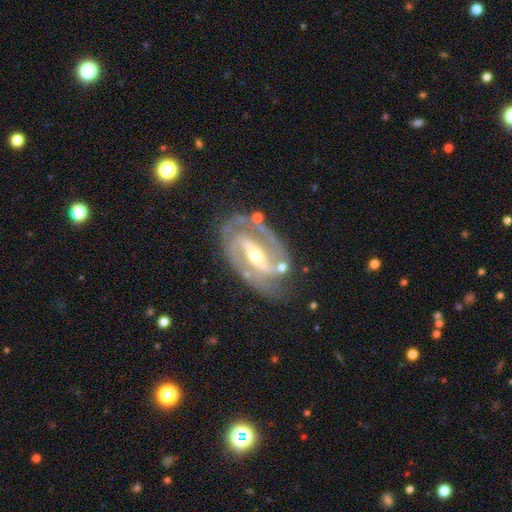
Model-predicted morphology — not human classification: A featured or disk galaxy (91%) with a strong bar (67%), 2 (88%) medium (46%) spiral arms (96%) and a moderate central bulge (49%).

Vote fractions:
- Smooth or featured? featured or disk: 91% / smooth: 5% / star or artifact: 5%
- Edge-on disk? no: 95% / yes: 5%
- Bar? strong: 67% / weak: 23% / no: 10%
- Spiral arms? yes: 96% / no: 4%
- Spiral winding? medium: 46% / tight: 45% / loose: 9%
- Spiral arm count? 2: 88% / 3: 5% / can't tell: 4% / 1: 2% / 4: 1% / more than 4: 1%
- Bulge size? moderate: 49% / small: 47% / large: 2% / none: 1% / dominant: 1%
- Merging? none: 76% / minor disturbance: 15% / major disturbance: 6% / merger: 3%